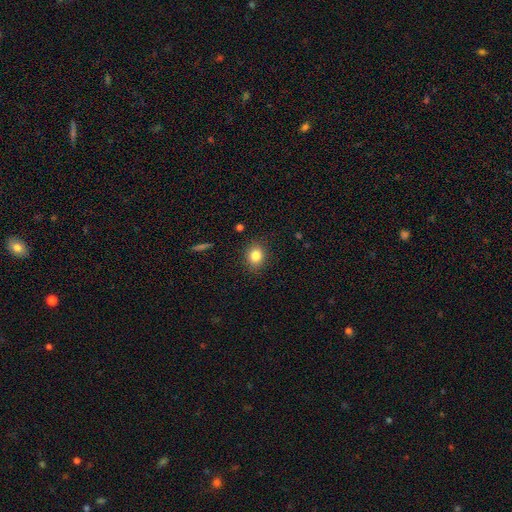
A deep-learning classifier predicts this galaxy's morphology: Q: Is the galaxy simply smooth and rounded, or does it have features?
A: smooth — 83%.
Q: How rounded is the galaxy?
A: round — 57%.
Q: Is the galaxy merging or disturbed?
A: none — 87%.